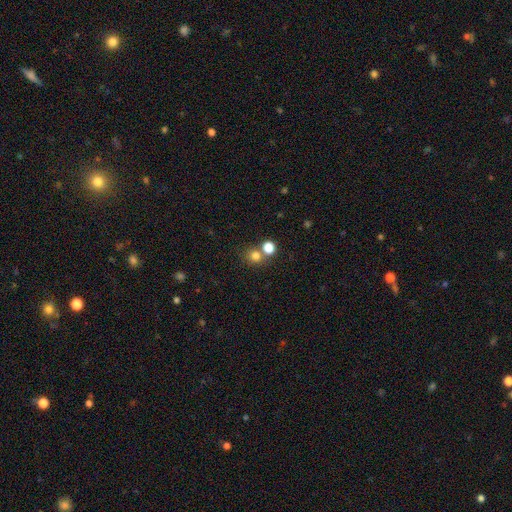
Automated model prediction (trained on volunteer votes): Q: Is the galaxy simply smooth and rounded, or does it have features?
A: smooth — 77%.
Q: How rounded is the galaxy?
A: round — 84%.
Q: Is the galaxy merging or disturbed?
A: none — 60%.